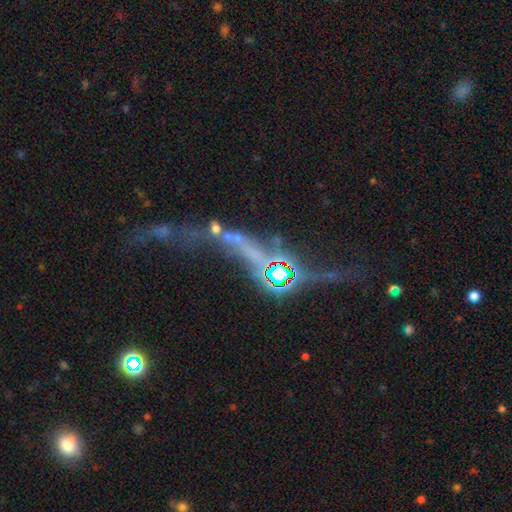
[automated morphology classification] Smooth or featured?
  - star or artifact: 52% *
  - featured or disk: 34%
  - smooth: 15%